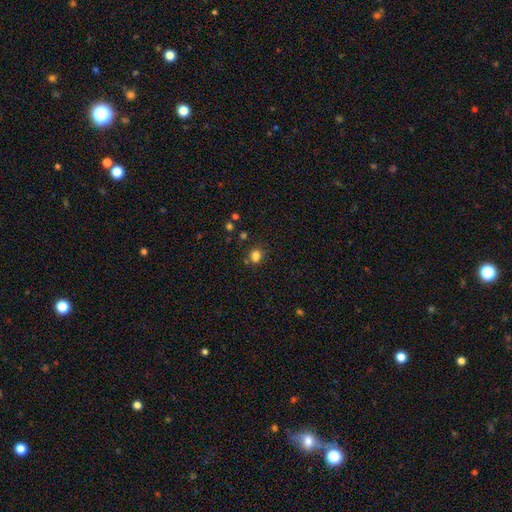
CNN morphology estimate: This is likely a smooth galaxy (78%). How rounded: likely round (60%). Merging: likely none (68%).